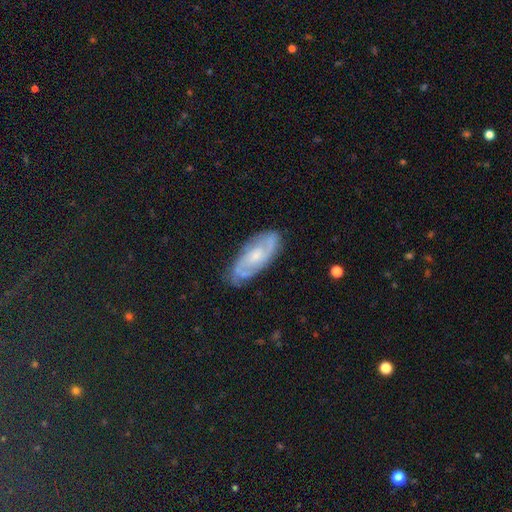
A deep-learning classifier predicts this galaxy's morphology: Smooth or featured? featured or disk (76%)
Edge-on disk? no (91%)
Bar? no (58%)
Spiral arms? yes (94%)
Spiral winding? tight (47%)
Spiral arm count? 2 (61%)
Bulge size? small (49%)
Merging? none (81%)